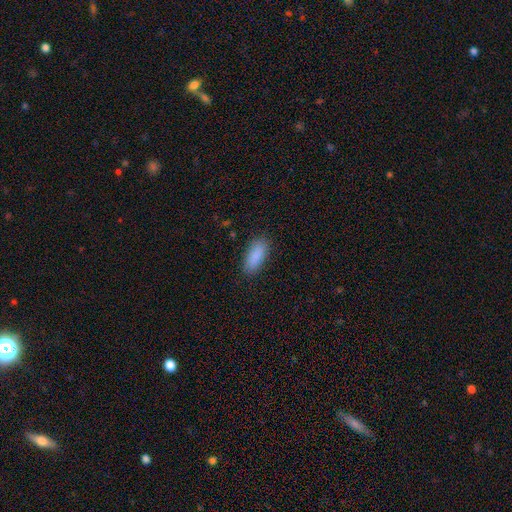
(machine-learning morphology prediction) Q: Smooth or featured?
A: smooth (89%); runner-up: star or artifact (6%)
Q: How rounded?
A: in between (80%); runner-up: cigar-shaped (18%)
Q: Merging?
A: none (86%); runner-up: minor disturbance (11%)